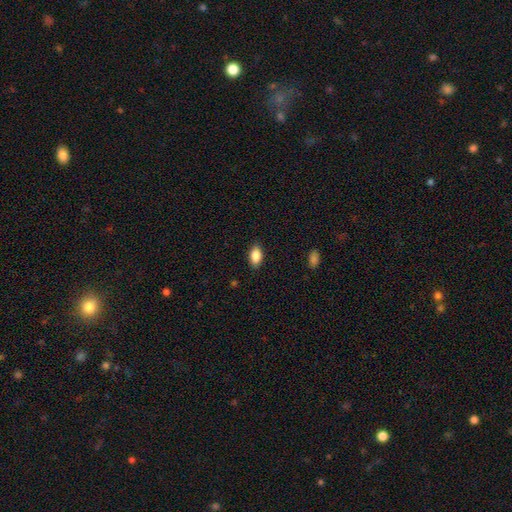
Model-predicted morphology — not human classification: smooth-or-featured: smooth: 87% | star or artifact: 7% | featured or disk: 6%
  how-rounded: in between: 91% | round: 6% | cigar-shaped: 3%
  merging: none: 87% | minor disturbance: 10% | major disturbance: 2% | merger: 1%